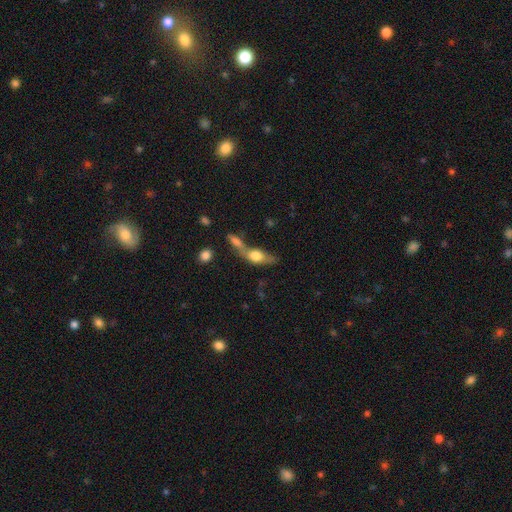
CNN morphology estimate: smooth_or_featured: smooth (p=0.60) [alt: featured or disk p=0.31]
how_rounded: in between (p=0.66) [alt: cigar-shaped p=0.24]
merging: merger (p=0.52) [alt: none p=0.29]